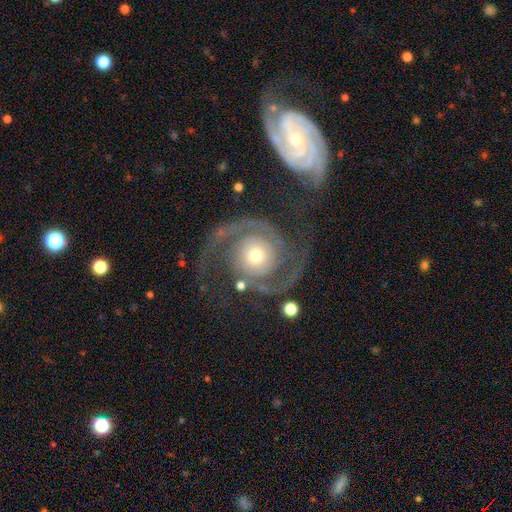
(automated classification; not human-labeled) smooth_or_featured: featured or disk (p=0.90) [alt: smooth p=0.05]
disk_edge_on: no (p=0.98) [alt: yes p=0.02]
bar: no (p=0.78) [alt: weak p=0.16]
has_spiral_arms: yes (p=0.98) [alt: no p=0.02]
spiral_winding: medium (p=0.46) [alt: tight p=0.38]
spiral_arm_count: 2 (p=0.93) [alt: can't tell p=0.02]
bulge_size: moderate (p=0.51) [alt: small p=0.38]
merging: none (p=0.73) [alt: minor disturbance p=0.13]